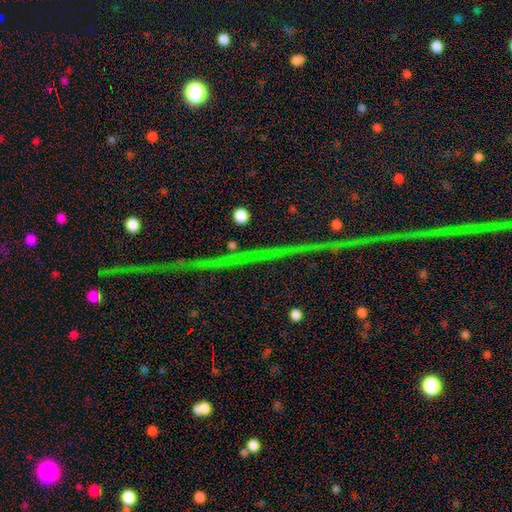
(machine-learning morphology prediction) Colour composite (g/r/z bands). It shows a star or artifact, not a galaxy (84%).